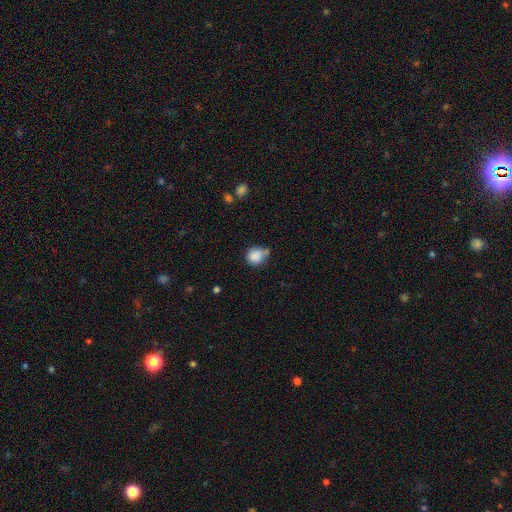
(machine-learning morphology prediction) Q: Smooth or featured?
A: smooth (86%); runner-up: star or artifact (9%)
Q: How rounded?
A: round (80%); runner-up: in between (19%)
Q: Merging?
A: none (54%); runner-up: minor disturbance (26%)